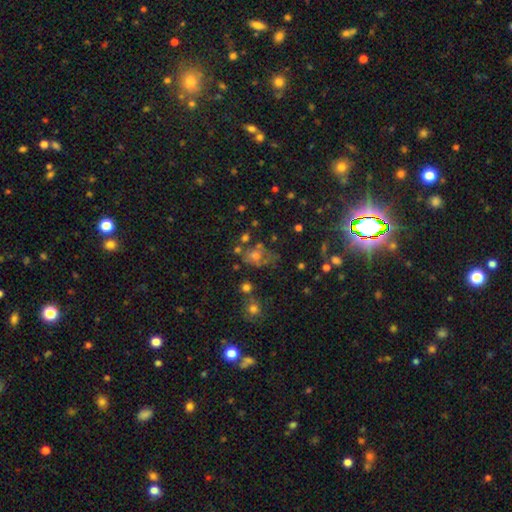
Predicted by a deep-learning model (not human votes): smooth-or-featured: smooth: 45% | star or artifact: 32% | featured or disk: 23%
  merging: none: 47% | minor disturbance: 20% | merger: 17% | major disturbance: 16%